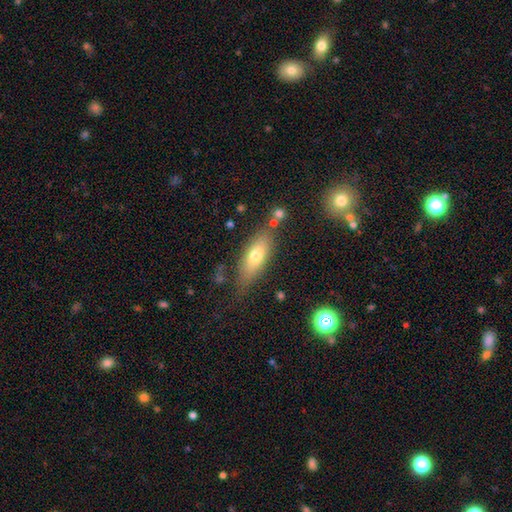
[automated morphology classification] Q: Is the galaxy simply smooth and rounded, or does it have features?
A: smooth — 65%.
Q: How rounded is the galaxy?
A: in between — 62%.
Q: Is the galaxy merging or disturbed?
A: none — 72%.